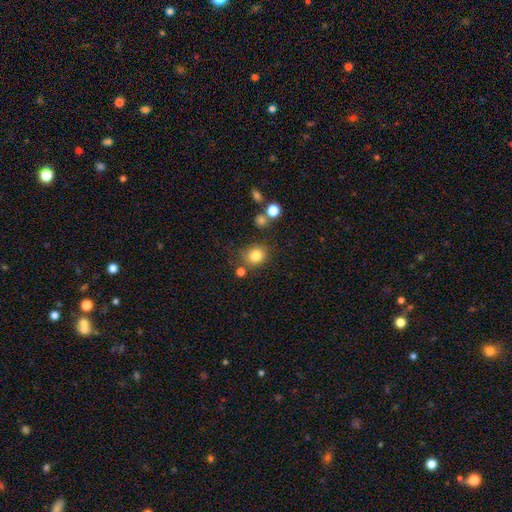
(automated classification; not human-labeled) A smooth galaxy with no disk features (82%) that is round (75%). Merging: none (71%).